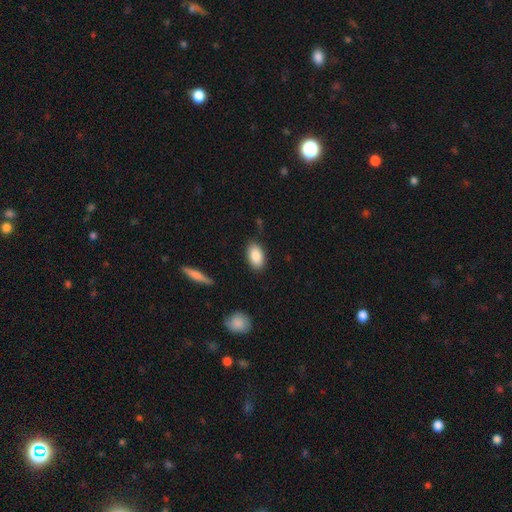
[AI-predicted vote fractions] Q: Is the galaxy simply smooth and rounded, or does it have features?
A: smooth — 87%.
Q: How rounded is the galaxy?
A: in between — 92%.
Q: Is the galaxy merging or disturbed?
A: none — 83%.